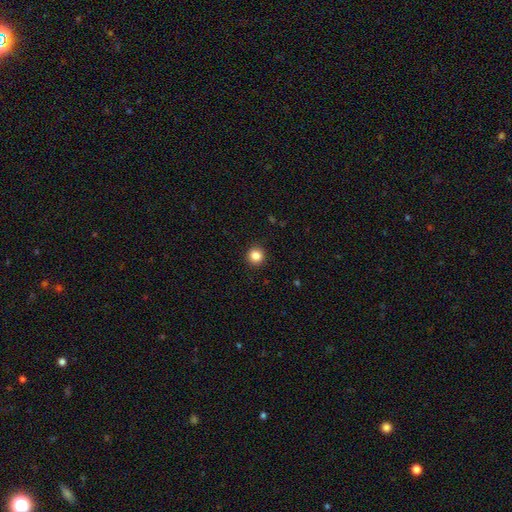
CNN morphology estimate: A smooth galaxy with no disk features (85%) that is round (94%).

Vote fractions:
- Smooth or featured? smooth: 85% / star or artifact: 11% / featured or disk: 4%
- How rounded? round: 94% / in between: 5% / cigar-shaped: 1%
- Merging? none: 92% / minor disturbance: 5% / major disturbance: 2% / merger: 1%